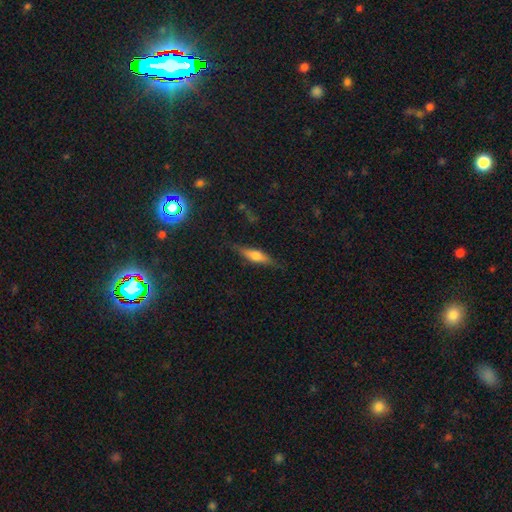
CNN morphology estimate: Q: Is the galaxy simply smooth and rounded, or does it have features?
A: smooth — 47%.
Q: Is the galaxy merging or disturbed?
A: none — 81%.